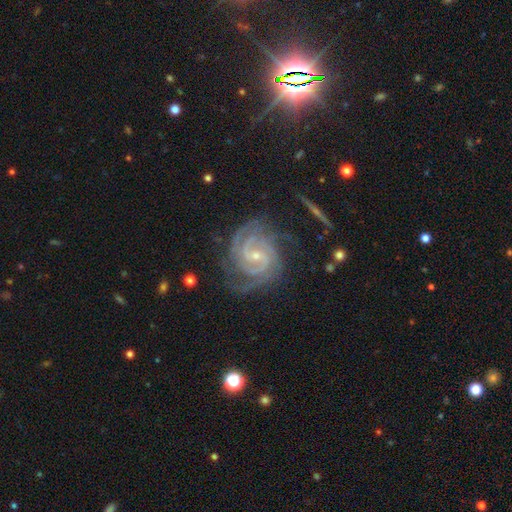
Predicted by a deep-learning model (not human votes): Morphology: type=featured or disk (92%); edge-on=no (98%); bar=weak (45%); spiral arms=yes (99%); winding=tight (64%); arm count=2 (46%); bulge=small (76%); merging=none (72%).